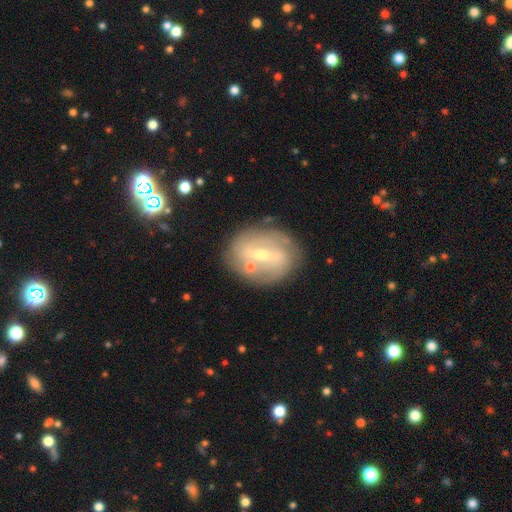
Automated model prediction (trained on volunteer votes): Morphology: type=featured or disk (72%); edge-on=no (91%); bar=strong (50%); spiral arms=yes (56%); bulge=moderate (50%); merging=none (74%).